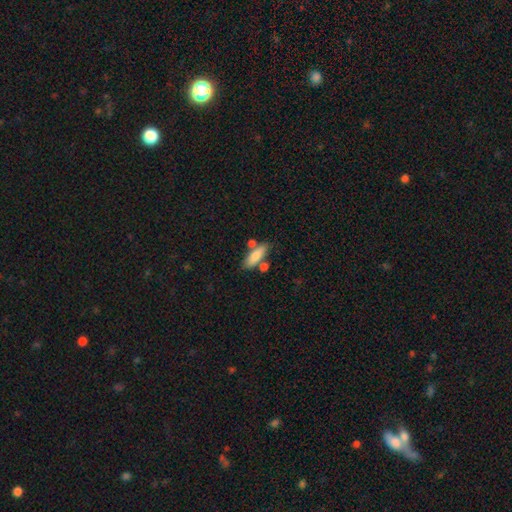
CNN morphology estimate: Q: Smooth or featured?
A: smooth (81%); runner-up: featured or disk (13%)
Q: How rounded?
A: in between (54%); runner-up: cigar-shaped (44%)
Q: Merging?
A: none (65%); runner-up: merger (17%)